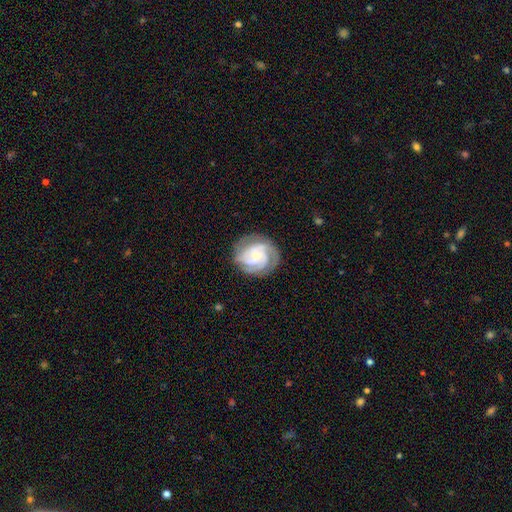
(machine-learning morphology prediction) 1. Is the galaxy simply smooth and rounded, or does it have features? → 86% featured or disk, 9% smooth, 5% star or artifact.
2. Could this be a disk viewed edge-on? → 98% no, 2% yes.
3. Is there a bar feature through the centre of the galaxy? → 64% no, 29% weak, 7% strong.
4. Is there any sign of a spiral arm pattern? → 98% yes, 2% no.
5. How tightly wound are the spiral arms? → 63% tight, 33% medium, 5% loose.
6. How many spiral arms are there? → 56% 3, 14% 2, 12% 4, 10% can't tell, 4% 1, 4% more than 4.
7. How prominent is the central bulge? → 69% small, 21% moderate, 7% none, 2% large, 1% dominant.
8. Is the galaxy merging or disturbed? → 80% none, 14% minor disturbance, 5% major disturbance, 1% merger.